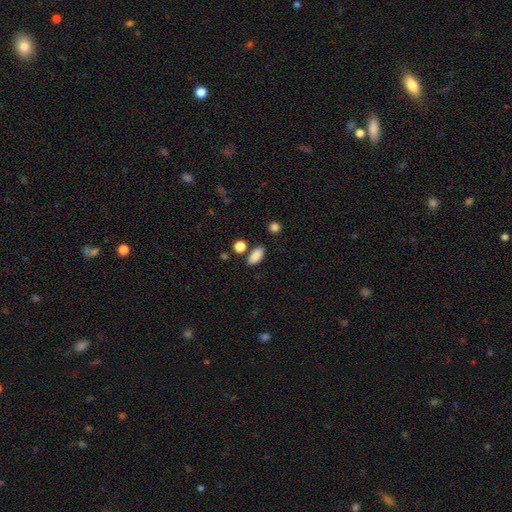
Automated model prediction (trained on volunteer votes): smooth 87%, star or artifact 8%, featured or disk 5%. Down the decision tree: how rounded — in between (89%); merging — none (80%).